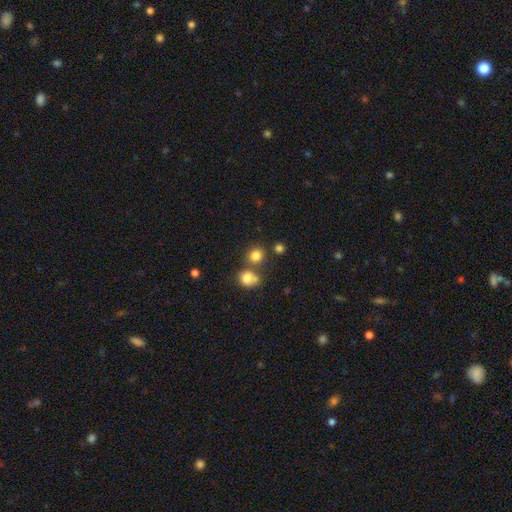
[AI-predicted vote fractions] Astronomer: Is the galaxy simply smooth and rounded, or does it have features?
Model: smooth — 80%.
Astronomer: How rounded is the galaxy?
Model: round — 86%.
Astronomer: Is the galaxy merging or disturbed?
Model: none — 67%.